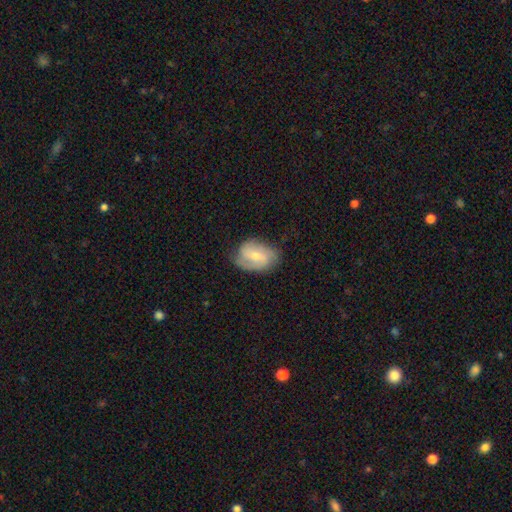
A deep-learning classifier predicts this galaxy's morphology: Smooth or featured: featured or disk — 58% (smooth — 36%)
Edge-on disk: no — 96% (yes — 4%)
Bar: weak — 48% (no — 36%)
Spiral arms: yes — 86% (no — 14%)
Bulge size: small — 51% (moderate — 44%)
Merging: none — 65% (minor disturbance — 26%)